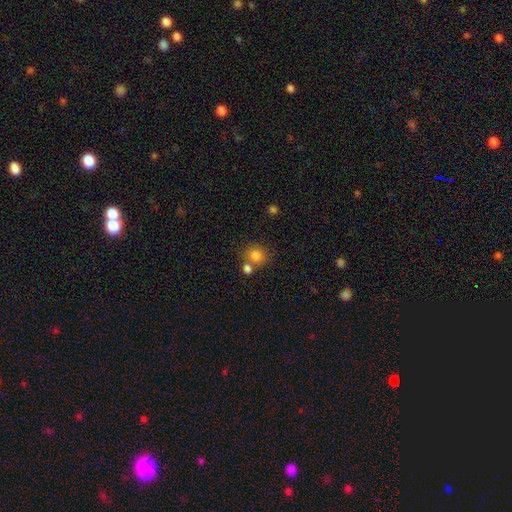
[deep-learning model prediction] smooth 81%, star or artifact 12%, featured or disk 7%. Down the decision tree: how rounded — round (83%); merging — none (61%).